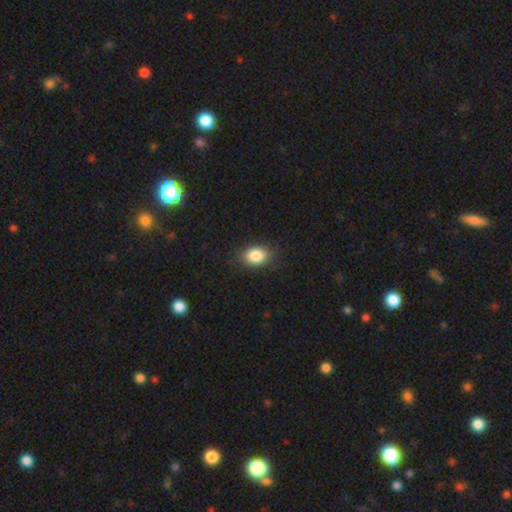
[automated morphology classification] A smooth galaxy with no disk features (85%) that is in between round and cigar-shaped (70%). Merging: none (82%).